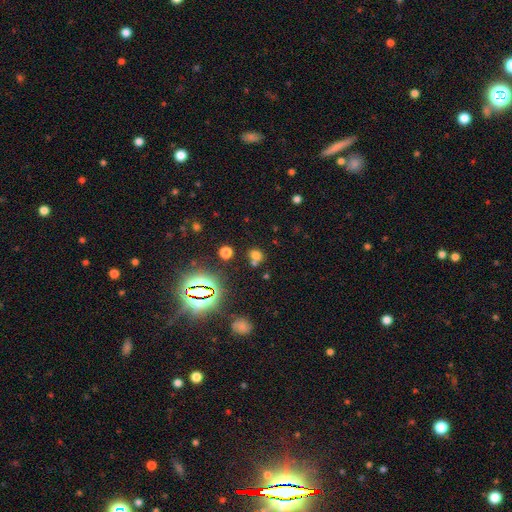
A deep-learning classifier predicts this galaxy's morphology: type=smooth (61%); roundness=round (70%); merging=none (54%).